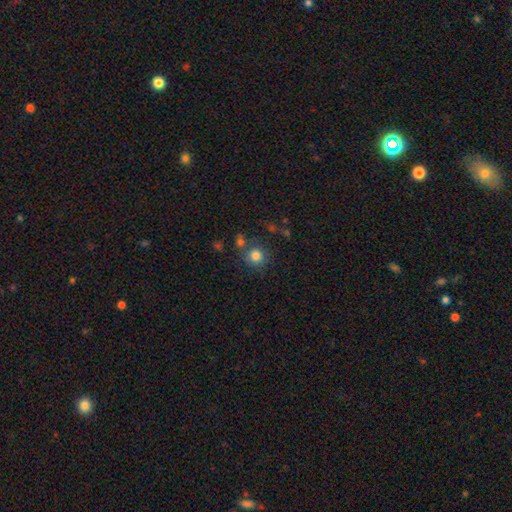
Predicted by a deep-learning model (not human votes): smooth_or_featured: smooth (p=0.81) [alt: star or artifact p=0.12]
how_rounded: round (p=0.91) [alt: in between p=0.08]
merging: none (p=0.74) [alt: minor disturbance p=0.11]